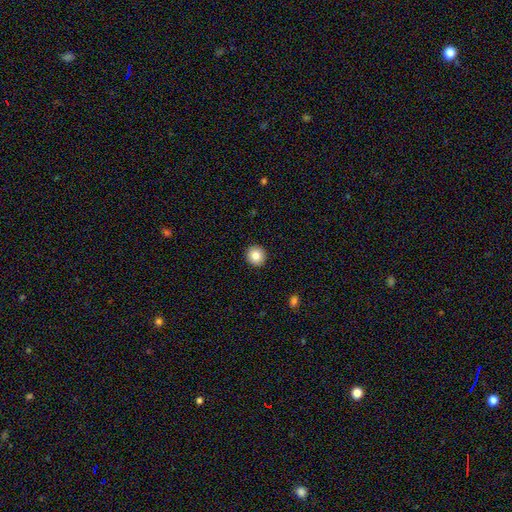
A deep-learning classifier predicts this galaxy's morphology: This appears to be a smooth galaxy with no disk features (84%) that is round (92%). Merging: none (93%).